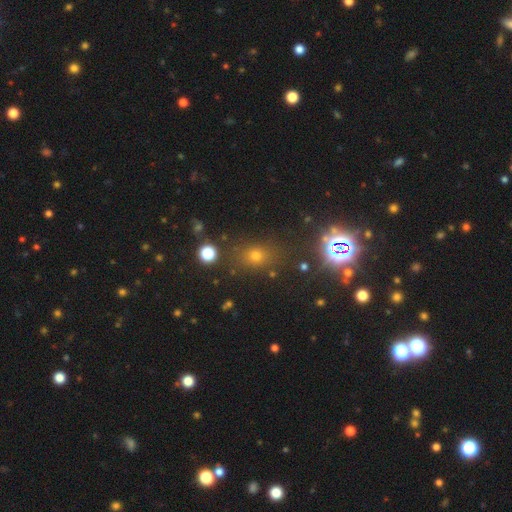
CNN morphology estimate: type=smooth (55%); roundness=round (58%); merging=none (81%).